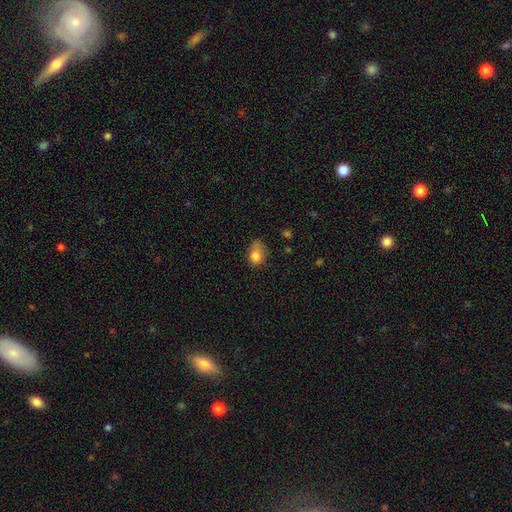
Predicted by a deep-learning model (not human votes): This is likely a smooth galaxy (80%). How rounded: possibly in between (59%). Merging: marginally minor disturbance (36%).